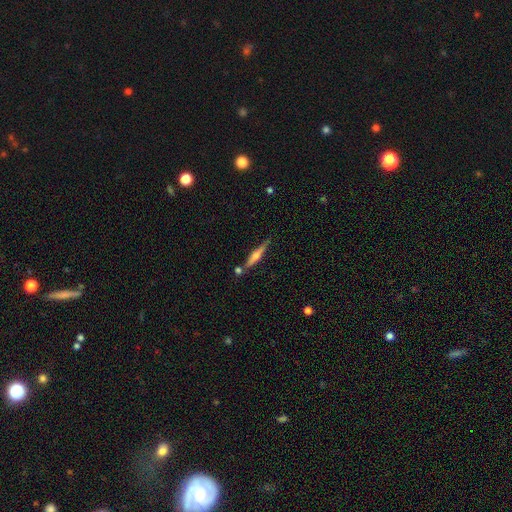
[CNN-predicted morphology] Smooth or featured? Predicted: featured or disk (p=0.61). Edge-on disk? Predicted: yes (p=0.96). Edge-on bulge? Predicted: rounded (p=0.82). Merging? Predicted: none (p=0.75).